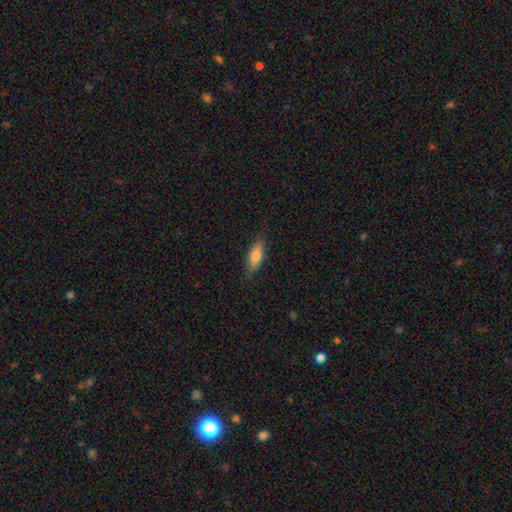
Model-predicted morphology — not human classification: Smooth or featured?
  - smooth: 75% *
  - featured or disk: 18%
  - star or artifact: 7%
How rounded?
  - in between: 62% *
  - cigar-shaped: 36%
  - round: 2%
Merging?
  - none: 82% *
  - minor disturbance: 14%
  - major disturbance: 3%
  - merger: 1%